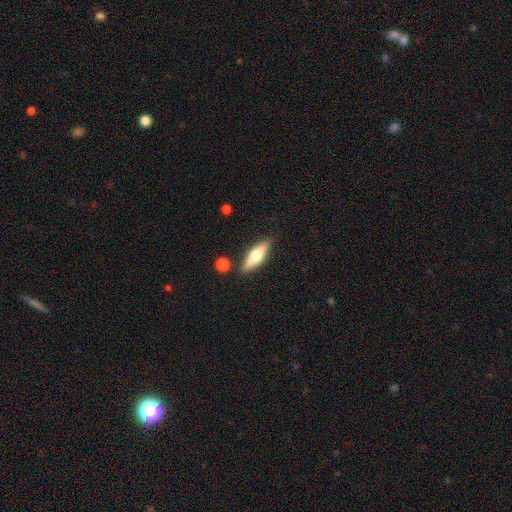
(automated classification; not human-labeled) Smooth or featured?
  - smooth: 52% *
  - featured or disk: 42%
  - star or artifact: 6%
How rounded?
  - cigar-shaped: 49% *
  - in between: 48%
  - round: 3%
Merging?
  - none: 83% *
  - minor disturbance: 10%
  - merger: 4%
  - major disturbance: 2%